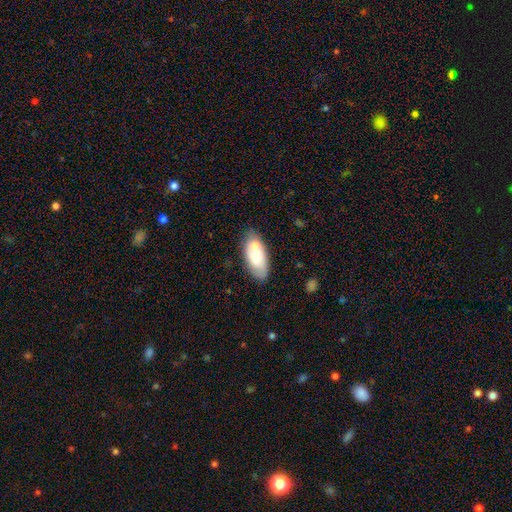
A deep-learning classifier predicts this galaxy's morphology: This is likely a smooth galaxy (61%). How rounded: clearly in between (86%). Merging: possibly none (55%).